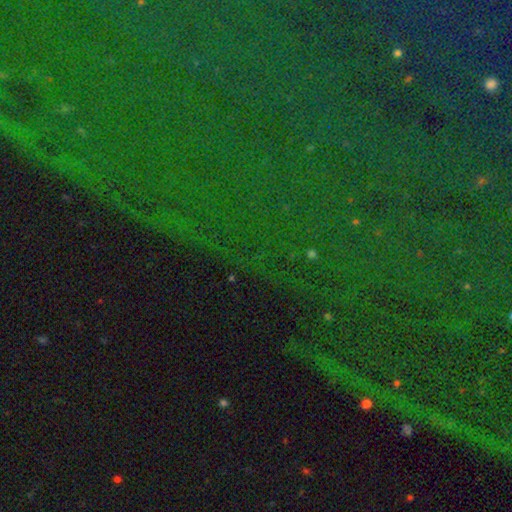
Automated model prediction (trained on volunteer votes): Smooth or featured? Predicted: star or artifact (p=0.84).